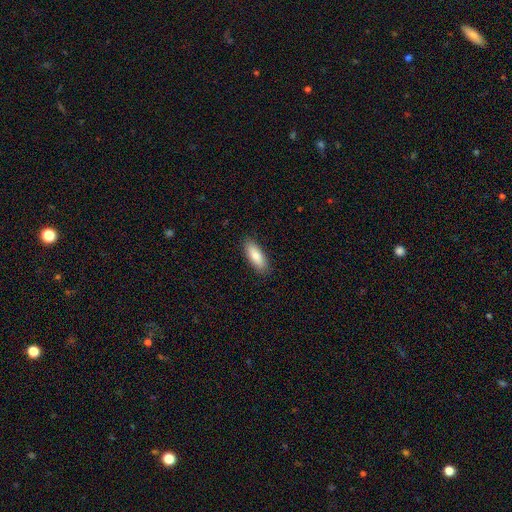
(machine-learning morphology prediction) type=smooth (84%); roundness=in between (69%); merging=none (88%).